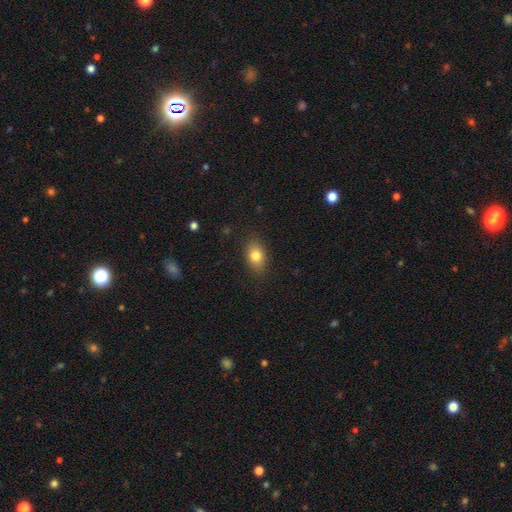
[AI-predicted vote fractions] Q: Smooth or featured?
A: smooth (81%); runner-up: featured or disk (10%)
Q: How rounded?
A: in between (79%); runner-up: round (19%)
Q: Merging?
A: none (85%); runner-up: minor disturbance (11%)